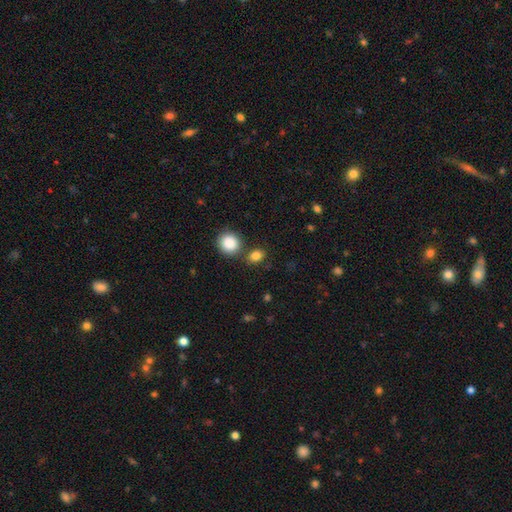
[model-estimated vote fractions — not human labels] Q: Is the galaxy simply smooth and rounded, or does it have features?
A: smooth — 85%.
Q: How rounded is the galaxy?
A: in between — 50%.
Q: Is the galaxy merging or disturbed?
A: none — 70%.